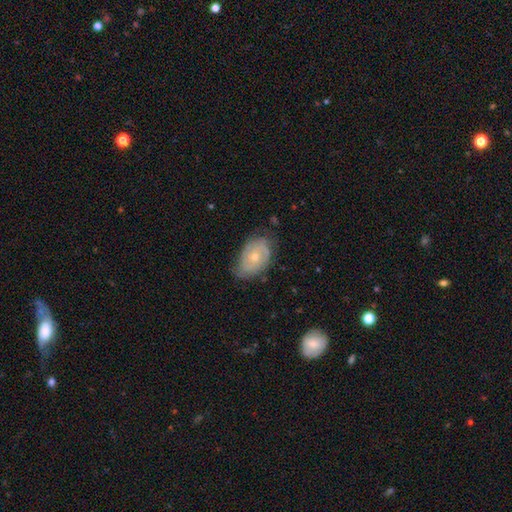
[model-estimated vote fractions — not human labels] featured or disk 64%, smooth 29%, star or artifact 7%. Down the decision tree: edge-on disk — no (95%); bar — no (80%); spiral arms — yes (82%); bulge size — small (56%); merging — none (63%).